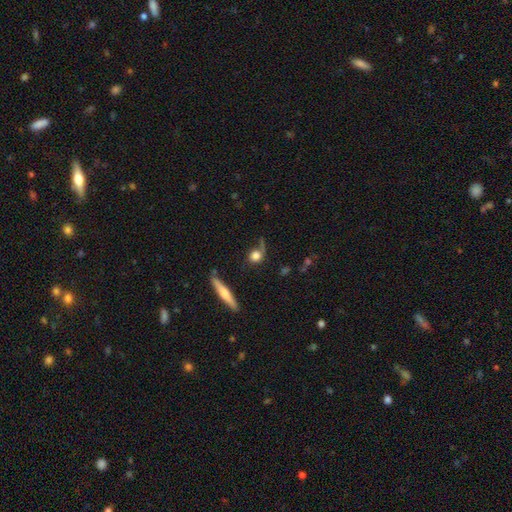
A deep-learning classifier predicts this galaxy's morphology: smooth_or_featured: smooth (p=0.70) [alt: featured or disk p=0.20]
how_rounded: round (p=0.71) [alt: in between p=0.22]
merging: none (p=0.51) [alt: minor disturbance p=0.22]